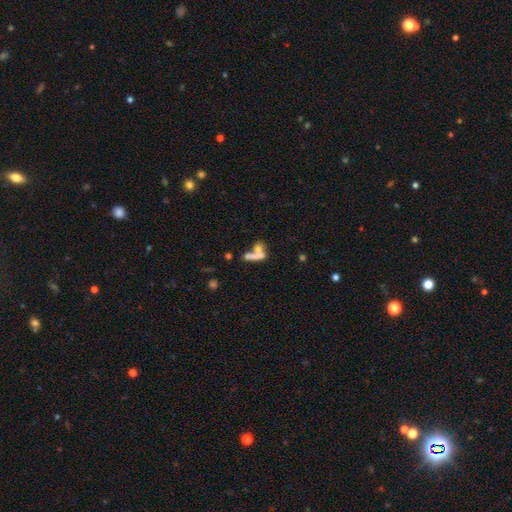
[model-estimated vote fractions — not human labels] Smooth or featured: smooth — 62% (featured or disk — 25%)
How rounded: cigar-shaped — 55% (in between — 30%)
Merging: merger — 47% (none — 37%)